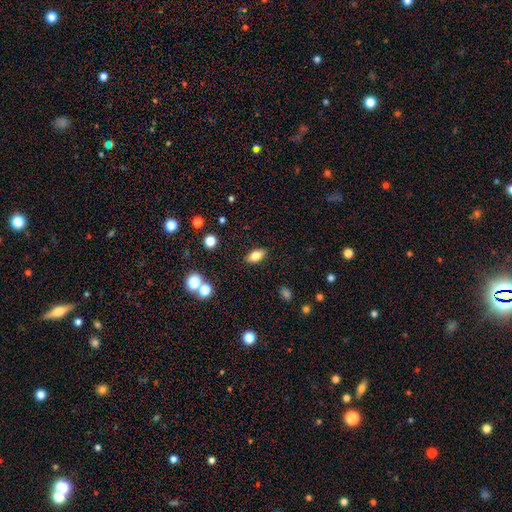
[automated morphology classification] The model was most divided on "smooth or featured": smooth: 74%, featured or disk: 16%, star or artifact: 10%. More confident: merging — none (87%); how rounded — in between (85%).